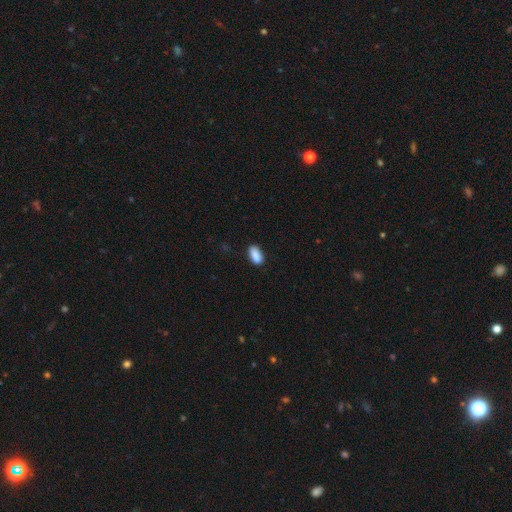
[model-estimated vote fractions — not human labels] A smooth galaxy with no disk features (87%) that is in between round and cigar-shaped (85%).

Vote fractions:
- Smooth or featured? smooth: 87% / star or artifact: 8% / featured or disk: 5%
- How rounded? in between: 85% / cigar-shaped: 11% / round: 3%
- Merging? none: 76% / minor disturbance: 18% / major disturbance: 4% / merger: 3%